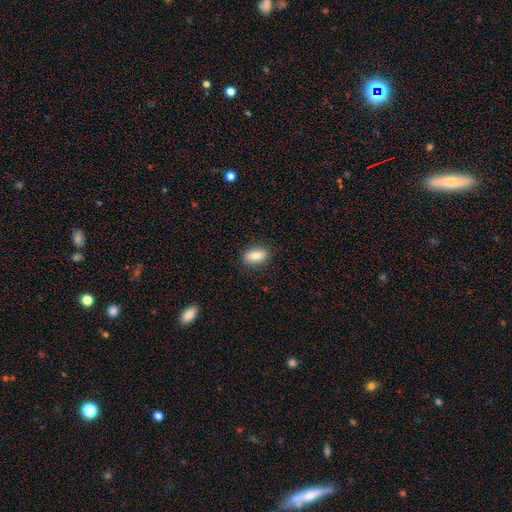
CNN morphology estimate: This is clearly a smooth galaxy (82%). How rounded: clearly in between (86%). Merging: clearly none (87%).